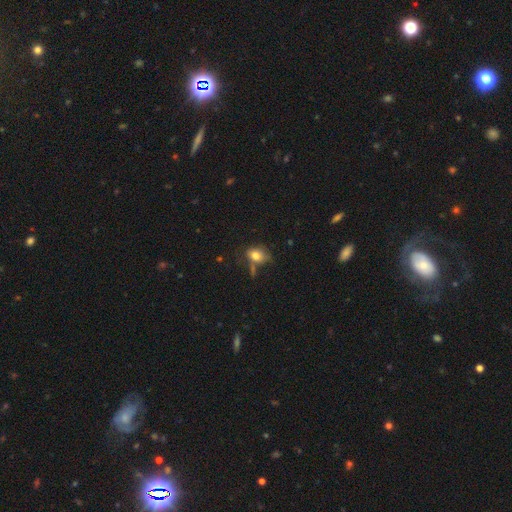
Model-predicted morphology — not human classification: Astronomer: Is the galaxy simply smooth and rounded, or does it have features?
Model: smooth — 77%.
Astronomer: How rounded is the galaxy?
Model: in between — 66%.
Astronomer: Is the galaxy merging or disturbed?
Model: none — 51% (runner-up: minor disturbance, 26%).